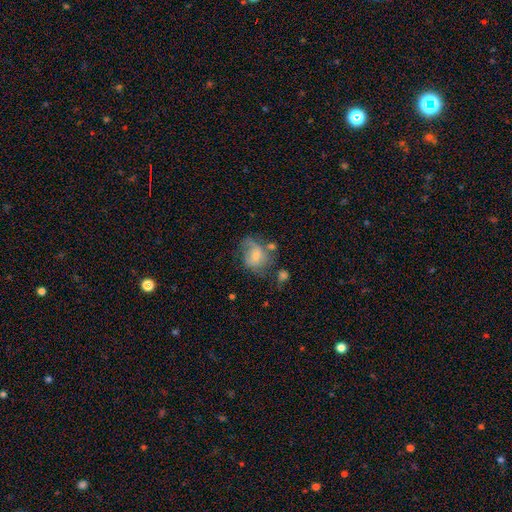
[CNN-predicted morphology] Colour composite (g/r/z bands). It shows a smooth galaxy with no disk features (52%) that is round (50%). Merging: none (35%).